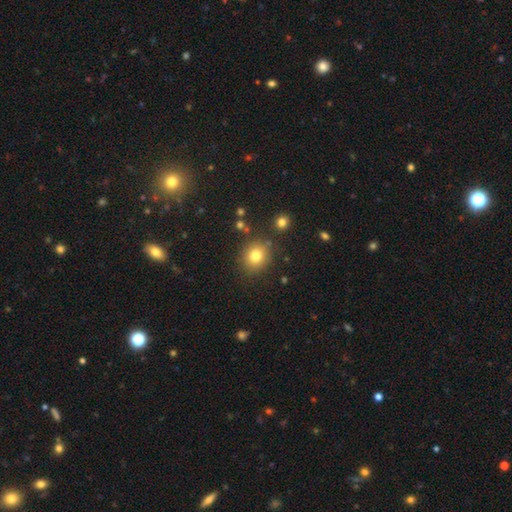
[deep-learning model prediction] Morphology: type=smooth (78%); roundness=round (80%); merging=none (83%).